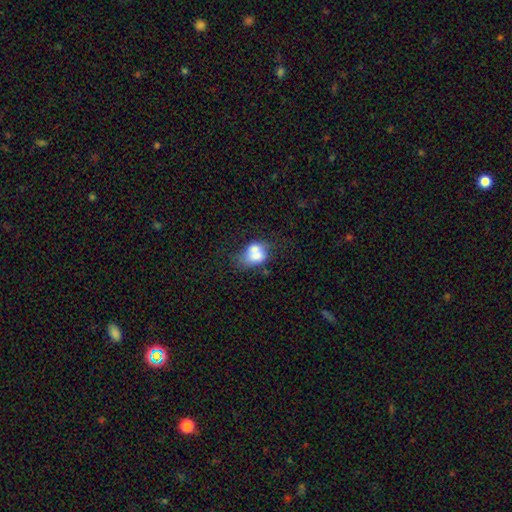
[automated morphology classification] A smooth galaxy with no disk features (64%) that is in between round and cigar-shaped (60%).

Vote fractions:
- Smooth or featured? smooth: 64% / featured or disk: 27% / star or artifact: 10%
- How rounded? in between: 60% / round: 38% / cigar-shaped: 1%
- Merging? merger: 54% / none: 23% / minor disturbance: 13% / major disturbance: 9%